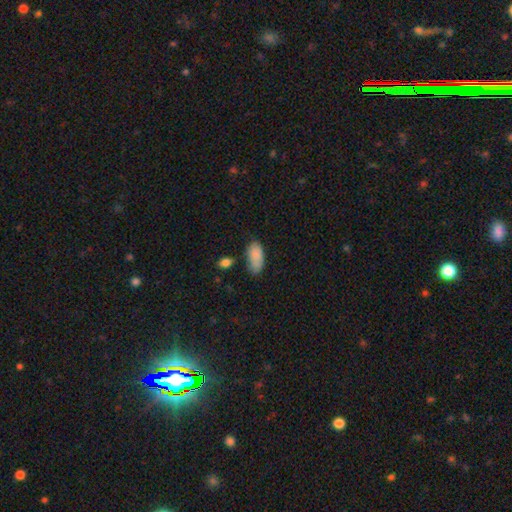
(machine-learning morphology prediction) A smooth galaxy with no disk features (87%) that is in between round and cigar-shaped (92%). Merging: none (65%).